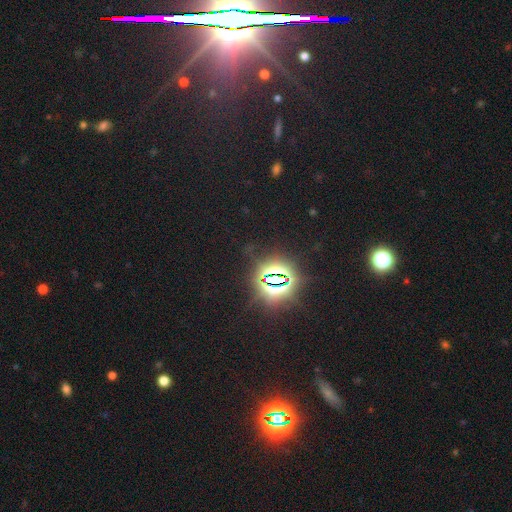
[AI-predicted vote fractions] A star or artifact, not a galaxy (82%).